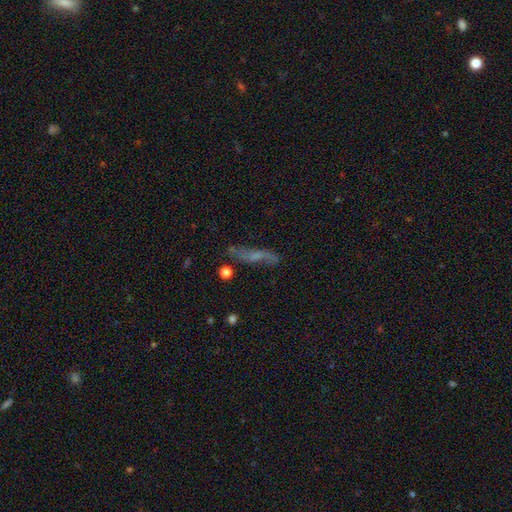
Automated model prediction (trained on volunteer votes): Overall: featured or disk (54%; smooth 34%). Edge-on disk: no (61%; yes 39%). Merging: none (65%).